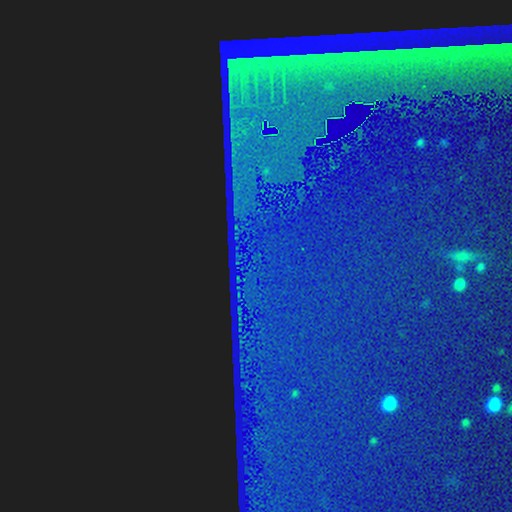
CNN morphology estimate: The model was most divided on "smooth or featured": star or artifact: 88%, featured or disk: 7%, smooth: 6%.